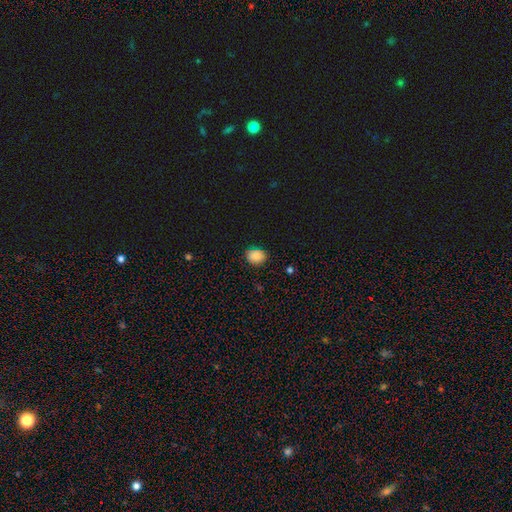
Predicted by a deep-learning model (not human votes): Smooth or featured? smooth (84%)
How rounded? round (53%)
Merging? none (84%)